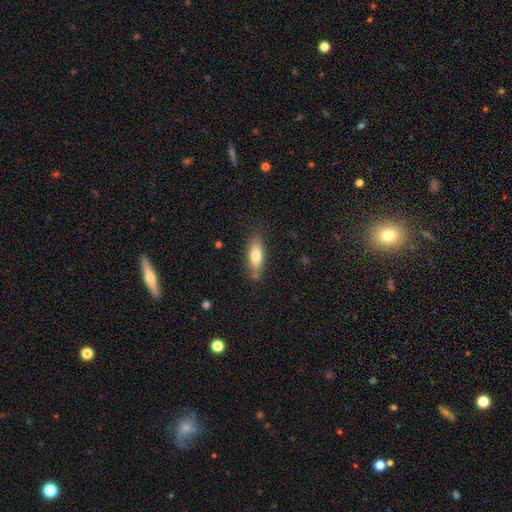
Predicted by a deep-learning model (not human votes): Morphology: type=smooth (74%); roundness=in between (63%); merging=none (77%).